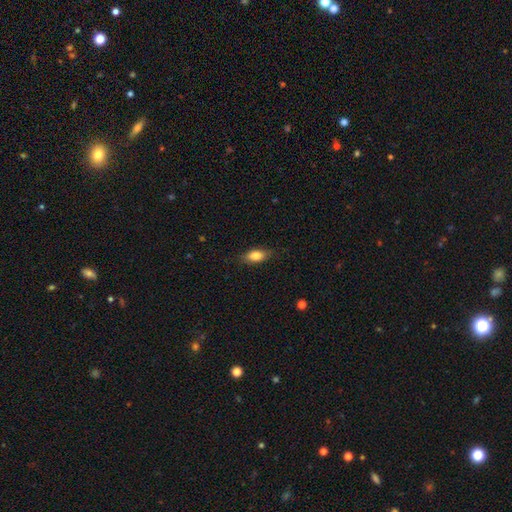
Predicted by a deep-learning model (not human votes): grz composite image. It shows a smooth galaxy with no disk features (81%) that is in between round and cigar-shaped (84%). Merging: none (80%).